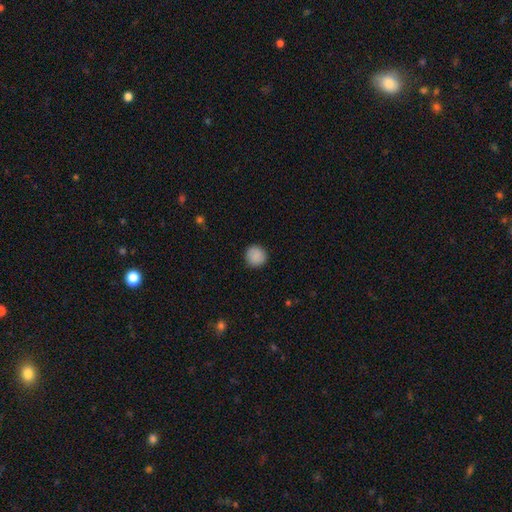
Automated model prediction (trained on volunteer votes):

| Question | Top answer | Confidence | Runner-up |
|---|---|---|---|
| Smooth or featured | smooth | 89% | star or artifact (7%) |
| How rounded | round | 94% | in between (5%) |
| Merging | none | 91% | minor disturbance (6%) |